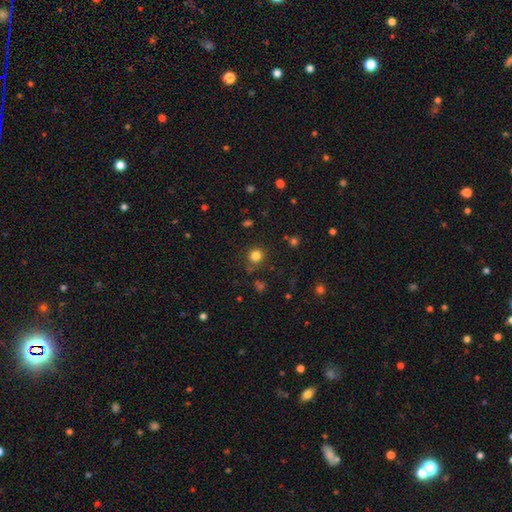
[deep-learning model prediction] smooth_or_featured: smooth (p=0.81) [alt: star or artifact p=0.14]
how_rounded: round (p=0.91) [alt: in between p=0.08]
merging: none (p=0.85) [alt: minor disturbance p=0.09]